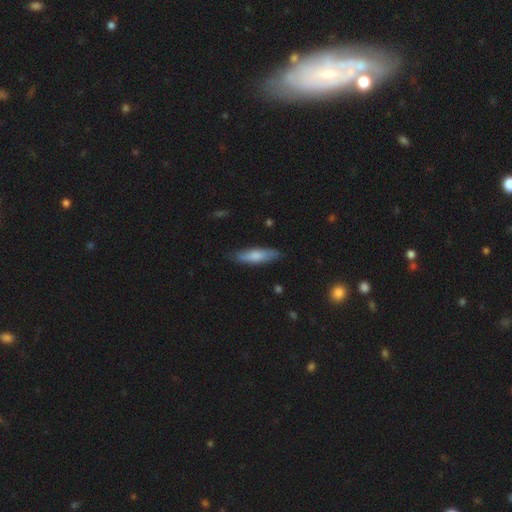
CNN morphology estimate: Q: Smooth or featured?
A: smooth (74%); runner-up: featured or disk (21%)
Q: How rounded?
A: cigar-shaped (60%); runner-up: in between (38%)
Q: Merging?
A: none (81%); runner-up: minor disturbance (15%)